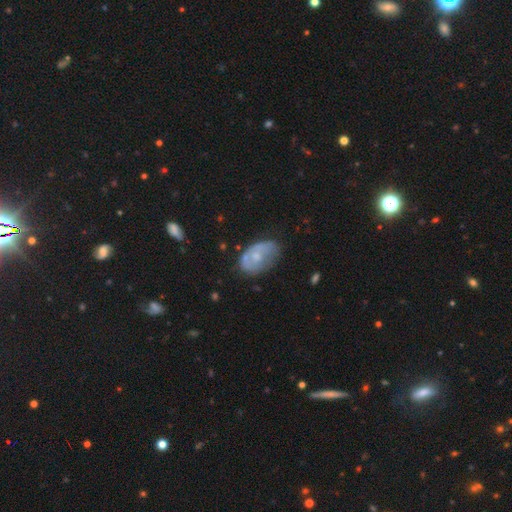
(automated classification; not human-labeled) smooth-or-featured: smooth: 46% (tied) | featured or disk: 46% (tied) | star or artifact: 7%
  merging: none: 50% | minor disturbance: 32% | major disturbance: 14% | merger: 3%